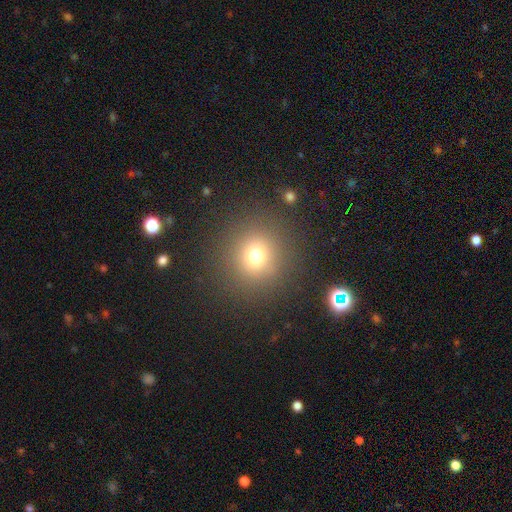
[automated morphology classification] Smooth or featured? Predicted: smooth (p=0.71). How rounded? Predicted: round (p=0.92). Merging? Predicted: none (p=0.88).